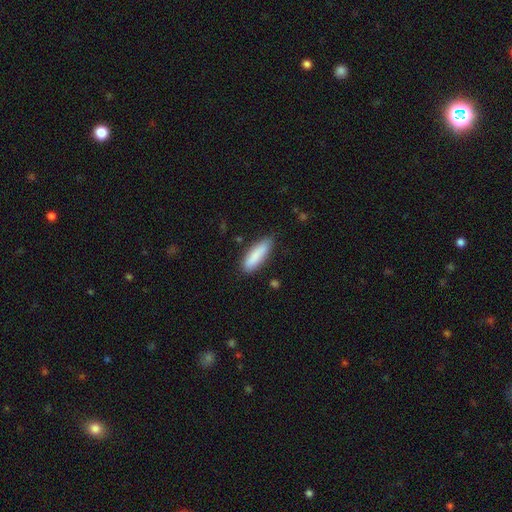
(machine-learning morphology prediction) smooth_or_featured: smooth (p=0.87) [alt: featured or disk p=0.08]
how_rounded: cigar-shaped (p=0.54) [alt: in between p=0.45]
merging: none (p=0.79) [alt: minor disturbance p=0.17]